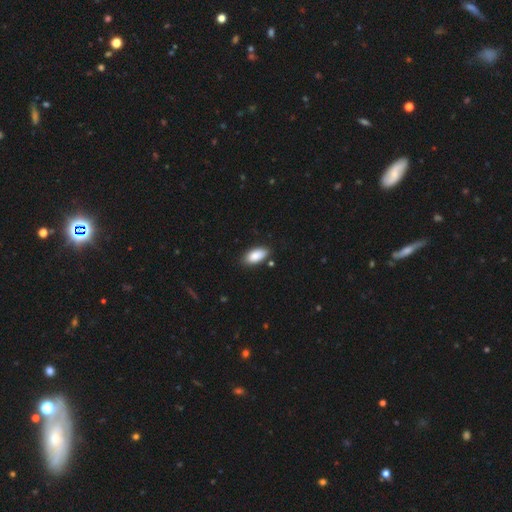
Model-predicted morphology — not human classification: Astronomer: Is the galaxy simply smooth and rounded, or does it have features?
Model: smooth — 88%.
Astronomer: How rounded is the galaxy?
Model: in between — 93%.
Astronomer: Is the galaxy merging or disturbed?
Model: none — 83%.